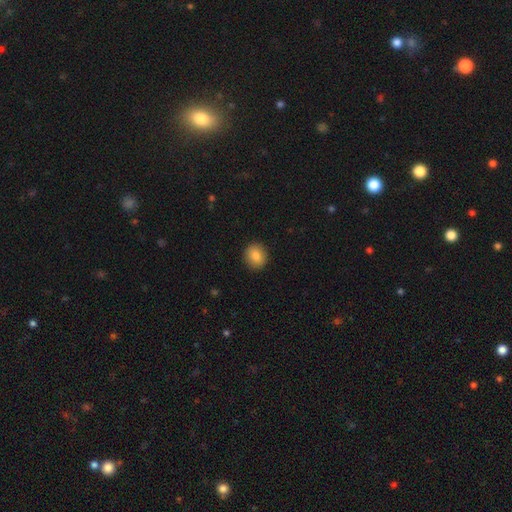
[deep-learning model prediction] Q: Smooth or featured?
A: smooth (85%); runner-up: star or artifact (8%)
Q: How rounded?
A: round (78%); runner-up: in between (21%)
Q: Merging?
A: none (91%); runner-up: minor disturbance (7%)